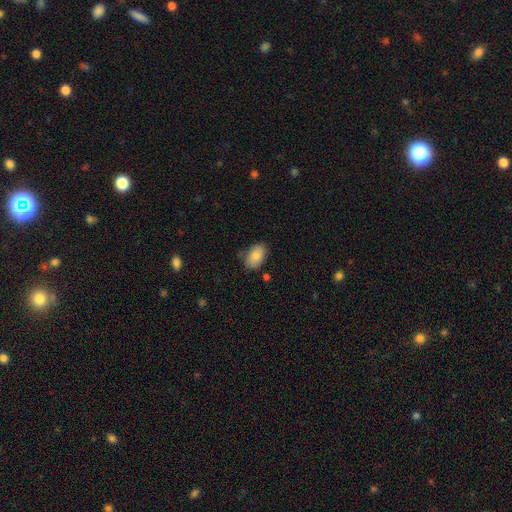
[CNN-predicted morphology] smooth 82%, featured or disk 10%, star or artifact 7%. Down the decision tree: how rounded — in between (90%); merging — none (74%).